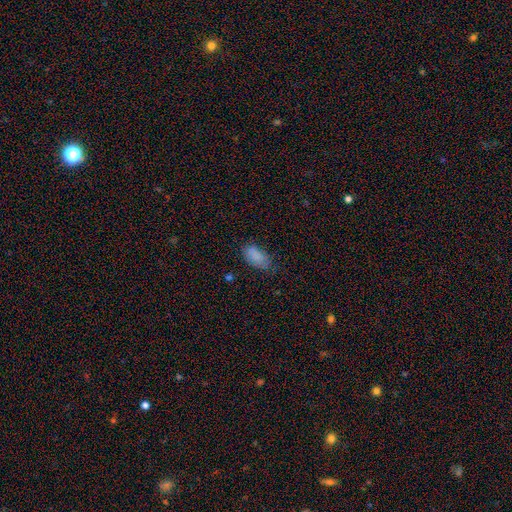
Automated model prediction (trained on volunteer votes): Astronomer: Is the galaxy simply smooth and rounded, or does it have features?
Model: smooth — 85%.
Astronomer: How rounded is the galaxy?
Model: in between — 92%.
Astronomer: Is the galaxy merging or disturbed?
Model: none — 62%.